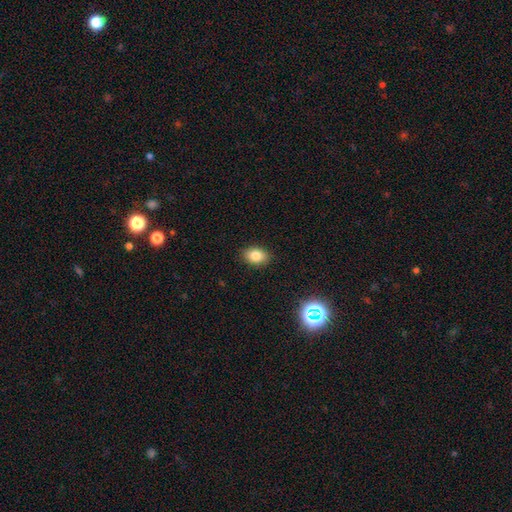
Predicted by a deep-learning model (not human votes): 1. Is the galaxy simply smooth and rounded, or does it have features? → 82% smooth, 10% star or artifact, 8% featured or disk.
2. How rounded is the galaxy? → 77% in between, 21% round, 1% cigar-shaped.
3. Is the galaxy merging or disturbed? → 89% none, 8% minor disturbance, 2% major disturbance, 1% merger.